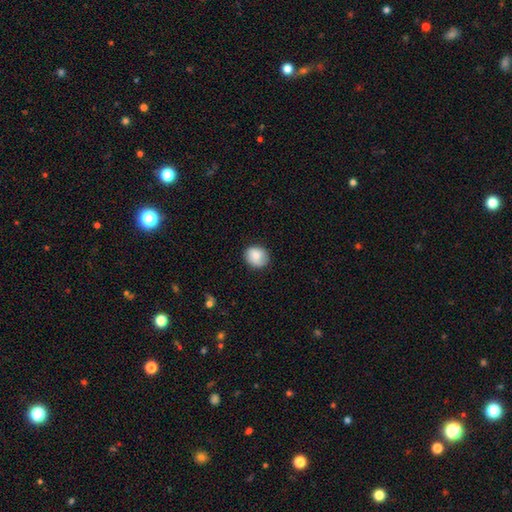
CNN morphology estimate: Smooth or featured?
  - smooth: 82% *
  - featured or disk: 10%
  - star or artifact: 8%
How rounded?
  - round: 69% *
  - in between: 30%
  - cigar-shaped: 1%
Merging?
  - none: 80% *
  - minor disturbance: 16%
  - major disturbance: 3%
  - merger: 1%